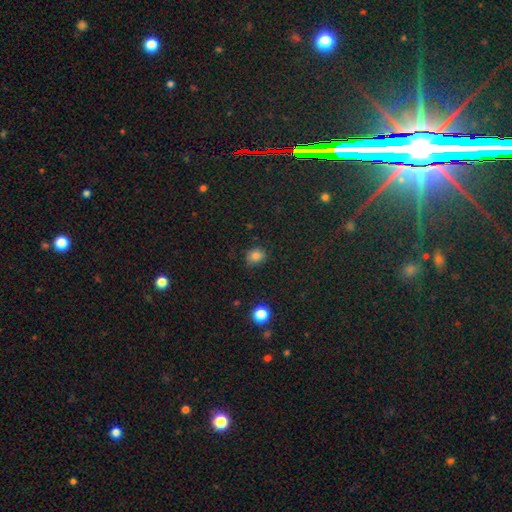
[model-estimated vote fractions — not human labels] smooth 81%, star or artifact 14%, featured or disk 5%. Down the decision tree: how rounded — round (69%); merging — none (78%).